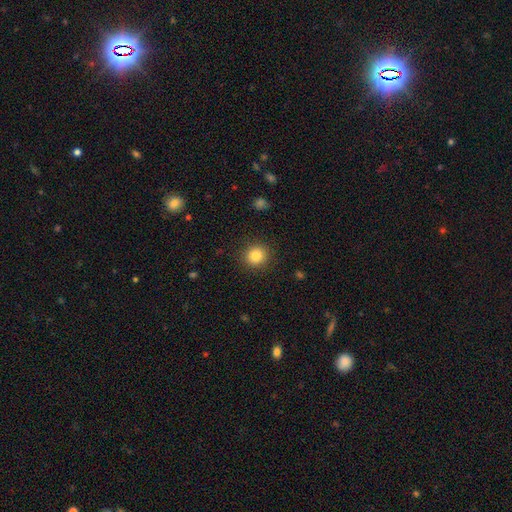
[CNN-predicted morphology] Smooth or featured?
  - smooth: 84% *
  - star or artifact: 10%
  - featured or disk: 5%
How rounded?
  - round: 90% *
  - in between: 9%
  - cigar-shaped: 1%
Merging?
  - none: 90% *
  - minor disturbance: 6%
  - major disturbance: 2%
  - merger: 1%